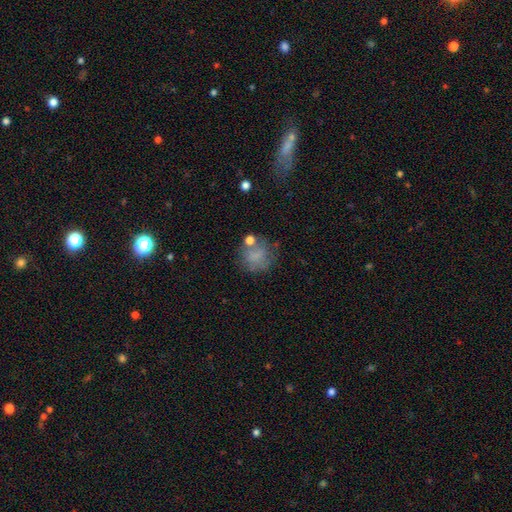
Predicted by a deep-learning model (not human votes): smooth_or_featured: smooth (p=0.69) [alt: featured or disk p=0.18]
how_rounded: round (p=0.80) [alt: in between p=0.19]
merging: none (p=0.57) [alt: minor disturbance p=0.20]